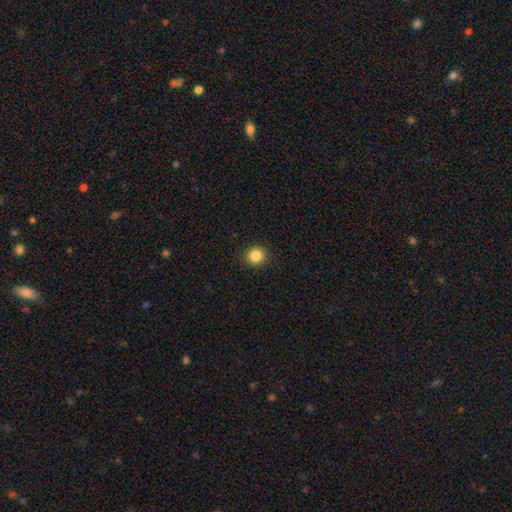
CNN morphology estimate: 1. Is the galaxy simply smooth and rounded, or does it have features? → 85% smooth, 11% star or artifact, 4% featured or disk.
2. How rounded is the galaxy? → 89% round, 10% in between, 1% cigar-shaped.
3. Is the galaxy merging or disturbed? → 92% none, 6% minor disturbance, 2% major disturbance, 1% merger.